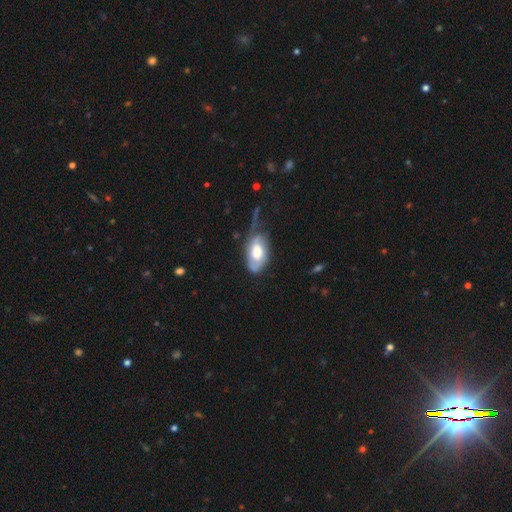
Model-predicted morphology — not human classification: type=featured or disk (53%); edge-on=no (91%); merging=none (39%).